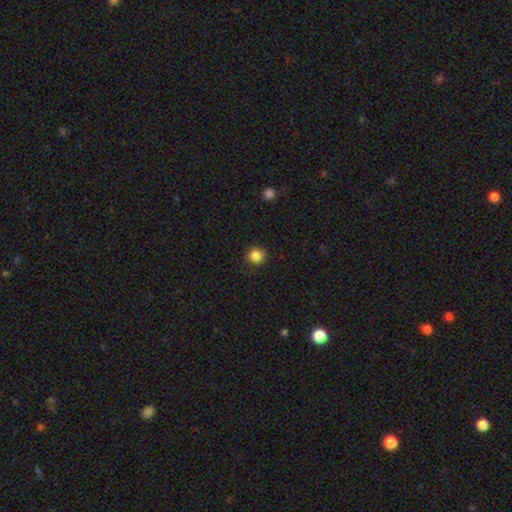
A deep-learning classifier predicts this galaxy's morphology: Q: Smooth or featured?
A: smooth (85%); runner-up: star or artifact (11%)
Q: How rounded?
A: round (94%); runner-up: in between (5%)
Q: Merging?
A: none (90%); runner-up: minor disturbance (7%)